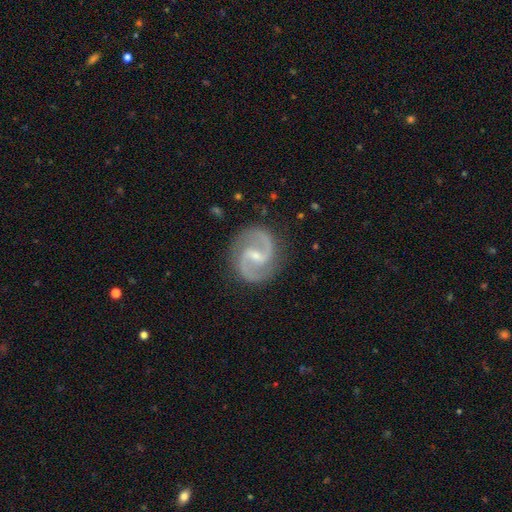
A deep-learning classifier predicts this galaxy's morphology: A featured or disk galaxy (93%) with a weak bar (52%), 2 (95%) medium (64%) spiral arms (98%) and a small central bulge (64%). Merging: none (87%).